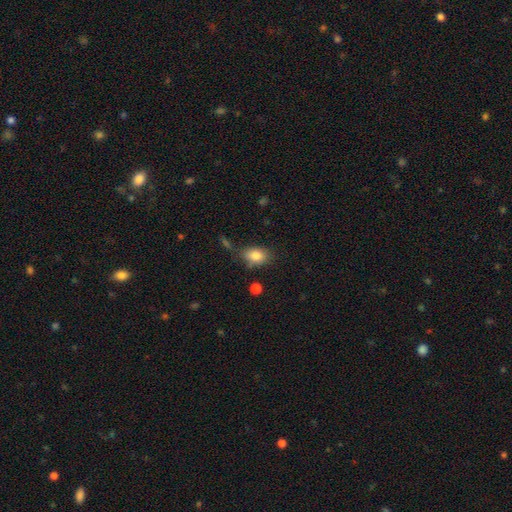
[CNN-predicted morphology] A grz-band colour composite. It shows a smooth galaxy with no disk features (83%) that is in between round and cigar-shaped (78%). Merging: none (72%).